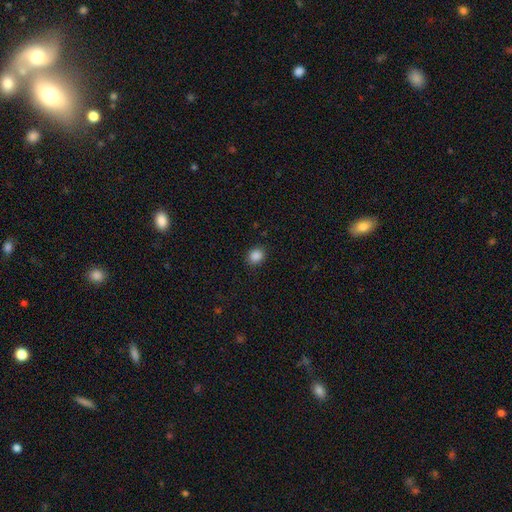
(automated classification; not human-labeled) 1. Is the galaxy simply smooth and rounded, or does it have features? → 87% smooth, 10% star or artifact, 3% featured or disk.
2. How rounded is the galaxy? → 68% round, 31% in between, 1% cigar-shaped.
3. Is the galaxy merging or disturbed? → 89% none, 8% minor disturbance, 2% major disturbance, 1% merger.